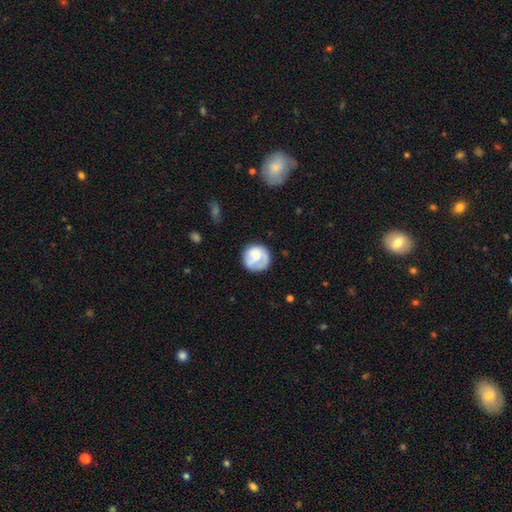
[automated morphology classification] This appears to be a smooth galaxy with no disk features (55%) that is round (88%). Merging: none (65%).